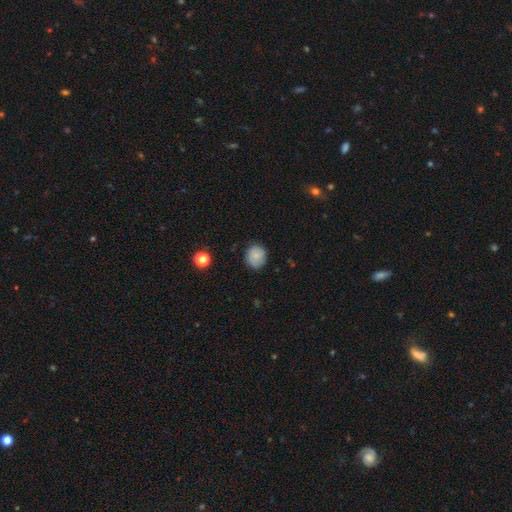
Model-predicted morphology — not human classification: Smooth or featured?
  - smooth: 77% *
  - featured or disk: 14%
  - star or artifact: 9%
How rounded?
  - round: 72% *
  - in between: 27%
  - cigar-shaped: 1%
Merging?
  - none: 78% *
  - minor disturbance: 17%
  - major disturbance: 4%
  - merger: 1%